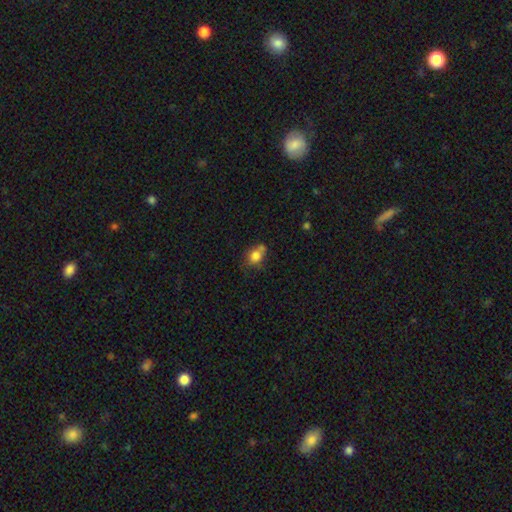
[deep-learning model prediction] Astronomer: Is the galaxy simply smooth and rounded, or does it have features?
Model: smooth — 78%.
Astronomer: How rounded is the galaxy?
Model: round — 64%.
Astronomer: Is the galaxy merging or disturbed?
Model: none — 48% (runner-up: merger, 25%).